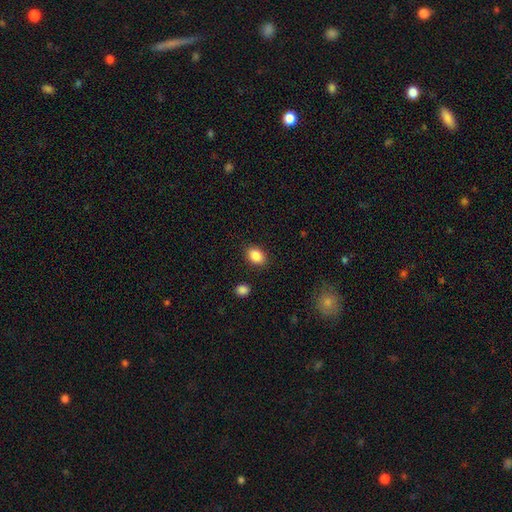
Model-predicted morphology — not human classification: Smooth or featured?
  - smooth: 87% *
  - star or artifact: 8%
  - featured or disk: 4%
How rounded?
  - in between: 74% *
  - round: 25%
  - cigar-shaped: 1%
Merging?
  - none: 87% *
  - minor disturbance: 9%
  - major disturbance: 3%
  - merger: 2%